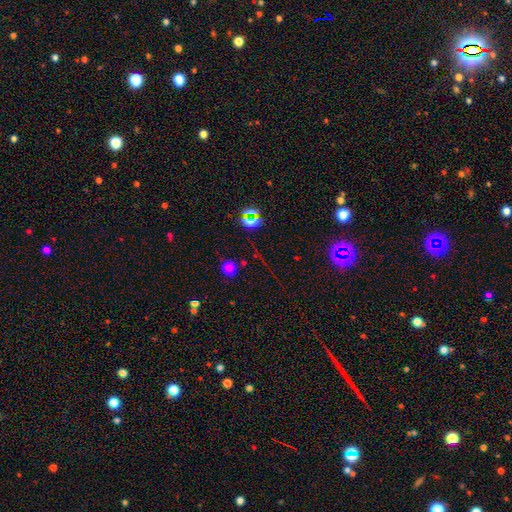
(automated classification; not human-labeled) Smooth or featured?
  - star or artifact: 52% *
  - smooth: 39%
  - featured or disk: 9%